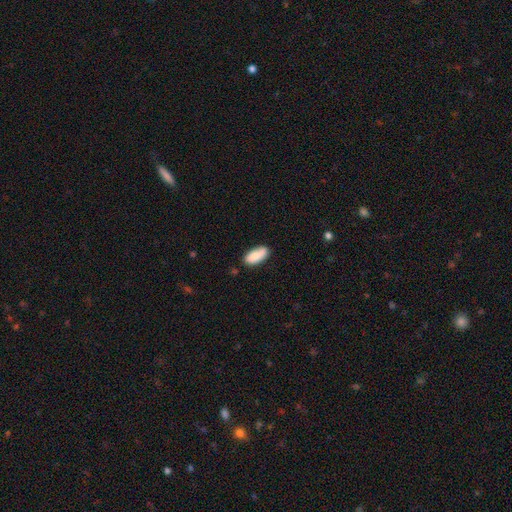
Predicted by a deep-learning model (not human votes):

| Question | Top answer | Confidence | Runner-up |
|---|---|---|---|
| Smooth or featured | smooth | 83% | featured or disk (11%) |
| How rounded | in between | 88% | cigar-shaped (9%) |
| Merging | none | 79% | minor disturbance (15%) |